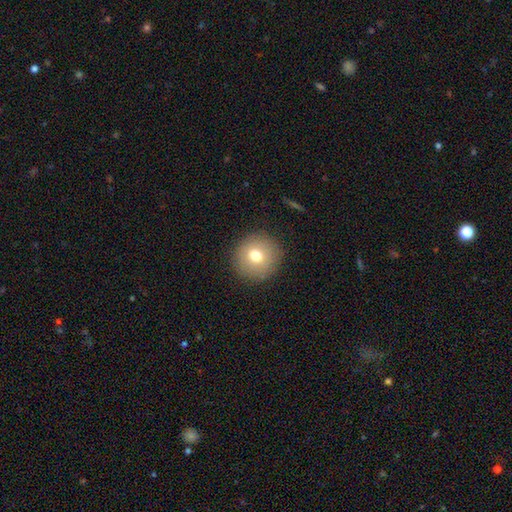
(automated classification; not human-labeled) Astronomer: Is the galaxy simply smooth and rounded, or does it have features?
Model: smooth — 73%.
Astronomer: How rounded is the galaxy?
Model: round — 94%.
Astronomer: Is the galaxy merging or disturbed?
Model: none — 89%.